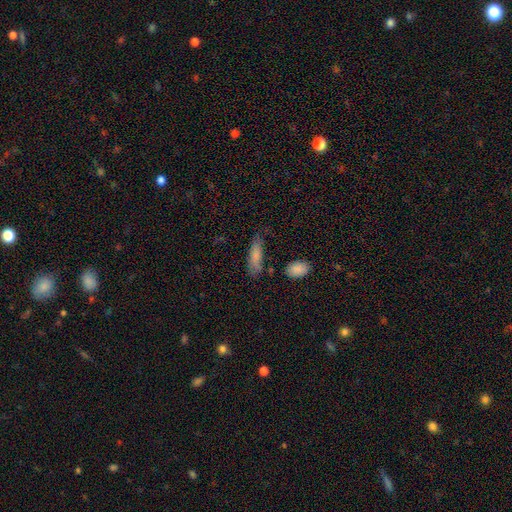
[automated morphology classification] smooth-or-featured: smooth: 81% | featured or disk: 12% | star or artifact: 7%
  how-rounded: in between: 49% (tied) | cigar-shaped: 49% (tied) | round: 2%
  merging: none: 70% | minor disturbance: 20% | merger: 5% | major disturbance: 5%